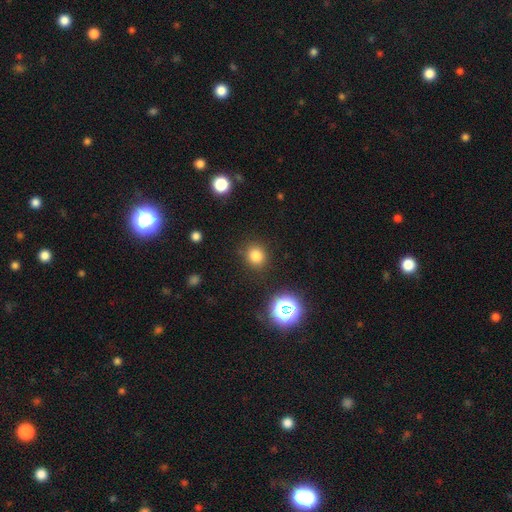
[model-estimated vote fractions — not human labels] Q: Smooth or featured?
A: smooth (79%); runner-up: star or artifact (16%)
Q: How rounded?
A: round (86%); runner-up: in between (13%)
Q: Merging?
A: none (88%); runner-up: minor disturbance (8%)